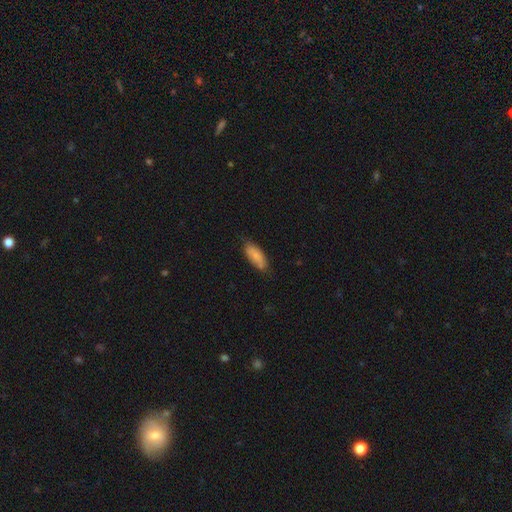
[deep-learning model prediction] Smooth or featured?
  - smooth: 83% *
  - featured or disk: 11%
  - star or artifact: 6%
How rounded?
  - in between: 78% *
  - cigar-shaped: 20%
  - round: 2%
Merging?
  - none: 69% *
  - minor disturbance: 24%
  - major disturbance: 4%
  - merger: 3%